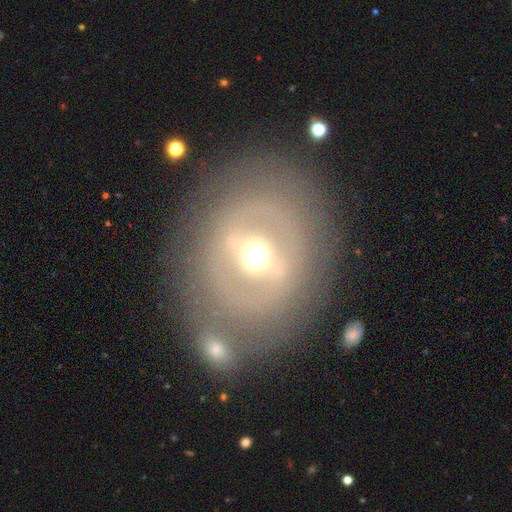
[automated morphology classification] smooth_or_featured: featured or disk (p=0.68) [alt: smooth p=0.25]
disk_edge_on: no (p=0.93) [alt: yes p=0.07]
bar: strong (p=0.45) [alt: weak p=0.35]
has_spiral_arms: no (p=0.73) [alt: yes p=0.27]
bulge_size: moderate (p=0.73) [alt: small p=0.13]
merging: none (p=0.73) [alt: minor disturbance p=0.12]